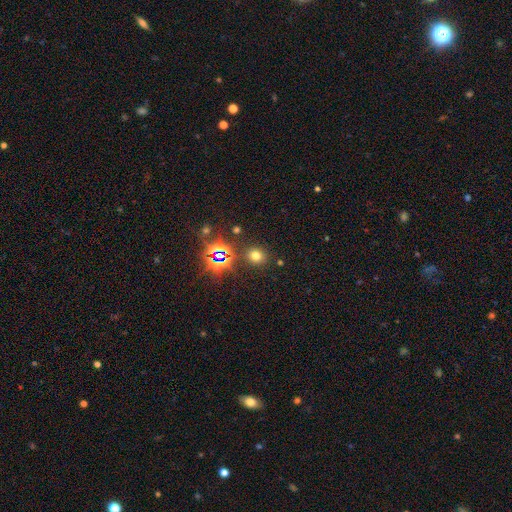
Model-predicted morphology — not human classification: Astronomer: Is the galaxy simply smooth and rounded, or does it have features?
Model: smooth — 64%.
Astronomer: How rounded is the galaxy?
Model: round — 74%.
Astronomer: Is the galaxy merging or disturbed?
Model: none — 85%.